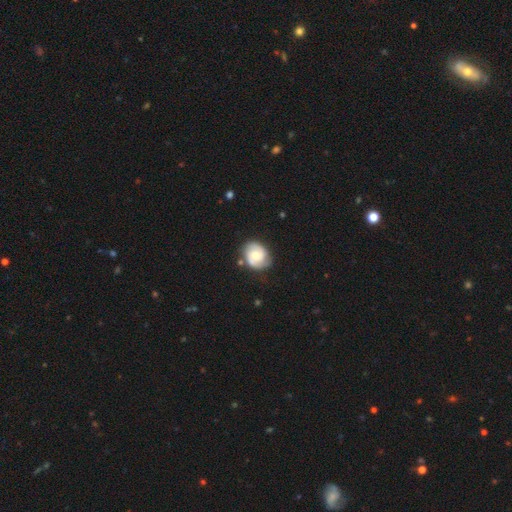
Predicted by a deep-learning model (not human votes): Smooth or featured: featured or disk — 64% (smooth — 30%)
Edge-on disk: no — 98% (yes — 2%)
Bar: no — 62% (weak — 33%)
Spiral arms: yes — 89% (no — 11%)
Spiral winding: tight — 44% (medium — 41%)
Spiral arm count: 2 — 79% (can't tell — 11%)
Bulge size: moderate — 59% (small — 32%)
Merging: none — 72% (minor disturbance — 19%)